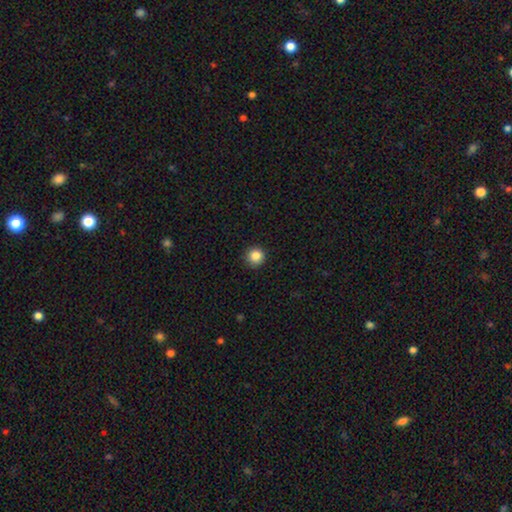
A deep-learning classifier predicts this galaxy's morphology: Smooth or featured? Predicted: smooth (p=0.86). How rounded? Predicted: round (p=0.95). Merging? Predicted: none (p=0.91).